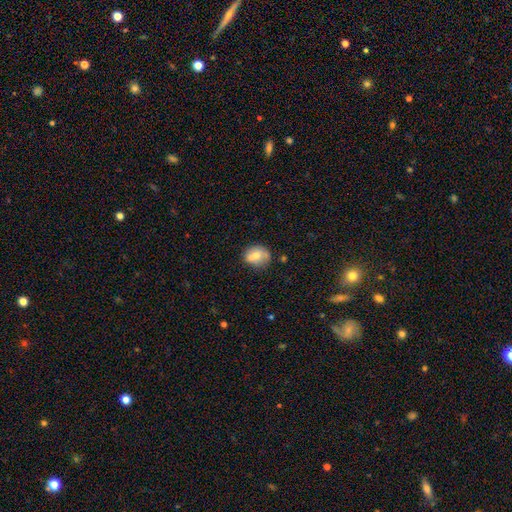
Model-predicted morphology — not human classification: Q: Smooth or featured?
A: smooth (66%); runner-up: featured or disk (25%)
Q: How rounded?
A: round (57%); runner-up: in between (41%)
Q: Merging?
A: none (62%); runner-up: minor disturbance (20%)